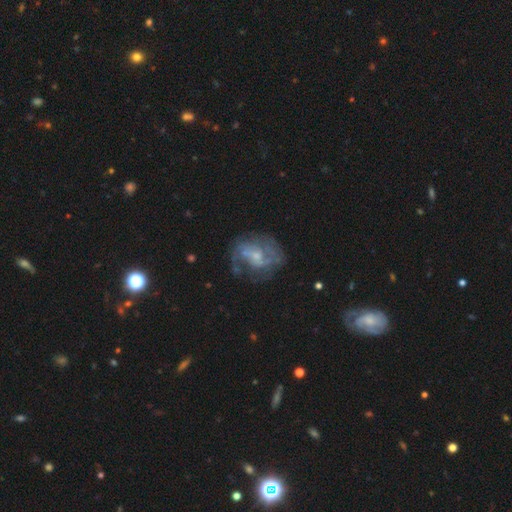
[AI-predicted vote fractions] Q: Smooth or featured?
A: featured or disk (76%); runner-up: smooth (16%)
Q: Edge-on disk?
A: no (97%); runner-up: yes (3%)
Q: Bar?
A: weak (45%); tied with: no (45%)
Q: Spiral arms?
A: yes (82%); runner-up: no (18%)
Q: Spiral winding?
A: medium (46%); runner-up: loose (30%)
Q: Spiral arm count?
A: 2 (58%); runner-up: can't tell (23%)
Q: Bulge size?
A: small (54%); runner-up: moderate (32%)
Q: Merging?
A: none (59%); runner-up: minor disturbance (20%)